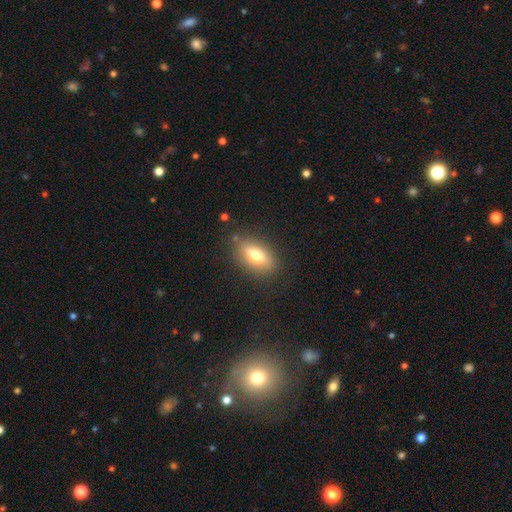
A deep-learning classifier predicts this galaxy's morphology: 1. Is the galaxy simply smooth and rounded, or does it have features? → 68% smooth, 24% featured or disk, 9% star or artifact.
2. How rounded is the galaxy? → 80% in between, 13% cigar-shaped, 7% round.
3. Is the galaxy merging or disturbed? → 82% none, 12% minor disturbance, 4% major disturbance, 2% merger.